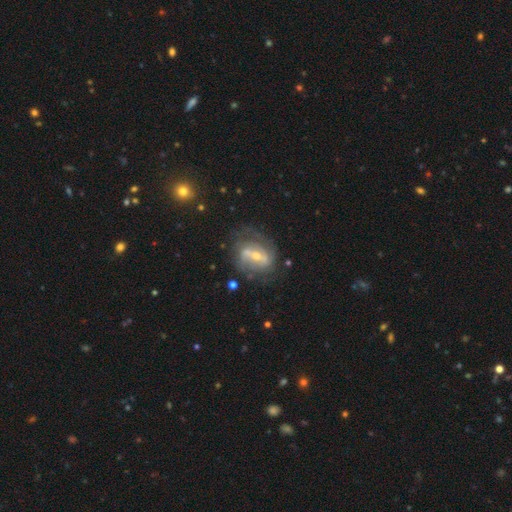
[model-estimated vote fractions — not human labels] Smooth or featured?
  - featured or disk: 79% *
  - smooth: 14%
  - star or artifact: 7%
Edge-on disk?
  - no: 94% *
  - yes: 6%
Bar?
  - strong: 51% *
  - weak: 34%
  - no: 15%
Spiral arms?
  - yes: 81% *
  - no: 19%
Spiral winding?
  - medium: 41% *
  - tight: 33%
  - loose: 26%
Spiral arm count?
  - 2: 62% *
  - can't tell: 22%
  - 3: 7%
  - 1: 5%
  - 4: 2%
  - more than 4: 2%
Bulge size?
  - small: 51% *
  - moderate: 44%
  - large: 2%
  - none: 1%
  - dominant: 1%
Merging?
  - none: 61% *
  - minor disturbance: 20%
  - major disturbance: 14%
  - merger: 4%